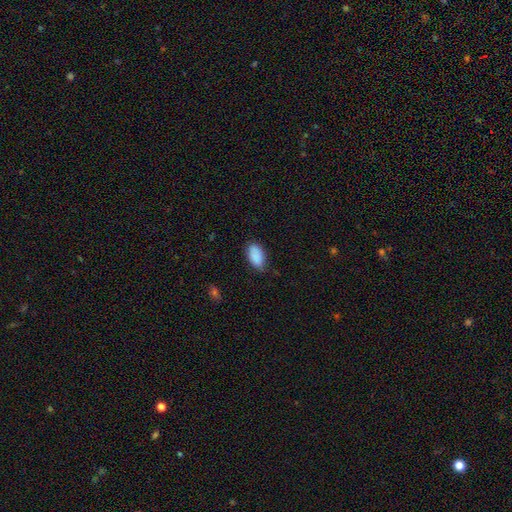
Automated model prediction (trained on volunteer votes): smooth 88%, star or artifact 7%, featured or disk 5%. Down the decision tree: how rounded — in between (94%); merging — none (70%).